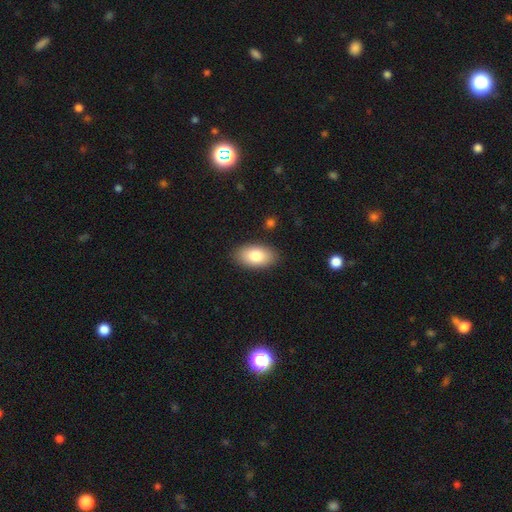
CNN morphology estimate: This is clearly a smooth galaxy (82%). How rounded: clearly in between (94%). Merging: clearly none (87%).